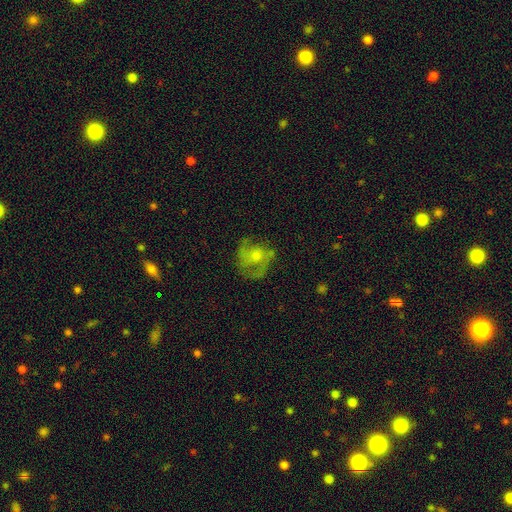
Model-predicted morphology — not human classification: Smooth or featured? featured or disk (60%)
Edge-on disk? no (97%)
Bar? no (75%)
Spiral arms? yes (74%)
Bulge size? moderate (50%)
Merging? none (60%)